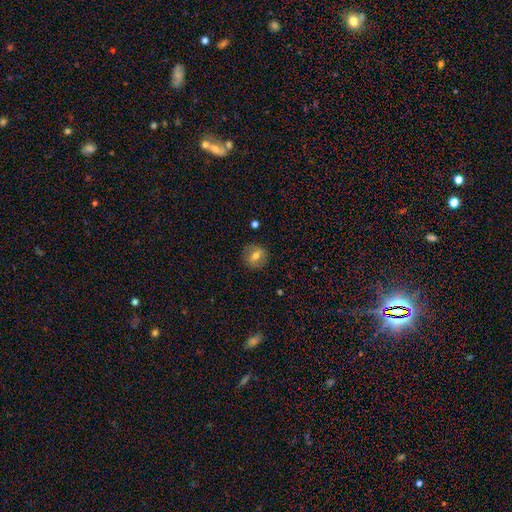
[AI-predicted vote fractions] Smooth or featured: smooth — 58% (featured or disk — 32%)
How rounded: round — 76% (in between — 22%)
Merging: none — 85% (minor disturbance — 10%)